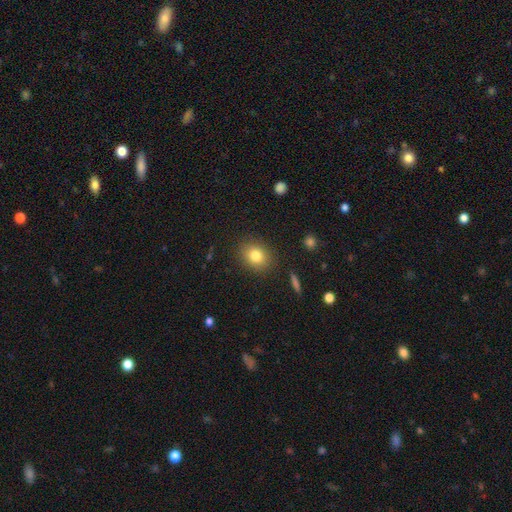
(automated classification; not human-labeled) Smooth or featured: smooth — 81% (star or artifact — 11%)
How rounded: round — 55% (in between — 43%)
Merging: none — 87% (minor disturbance — 9%)